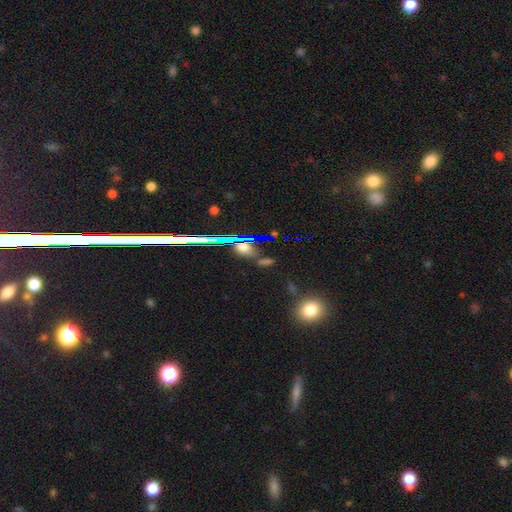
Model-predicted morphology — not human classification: Smooth or featured: star or artifact — 69% (smooth — 18%)